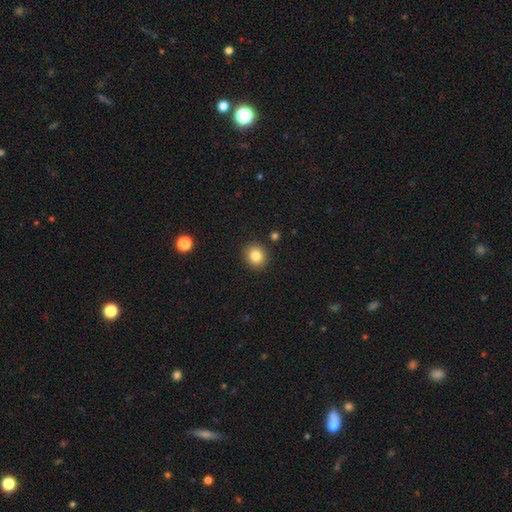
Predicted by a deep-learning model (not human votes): Q: Smooth or featured?
A: smooth (84%); runner-up: star or artifact (10%)
Q: How rounded?
A: round (85%); runner-up: in between (14%)
Q: Merging?
A: none (90%); runner-up: minor disturbance (6%)